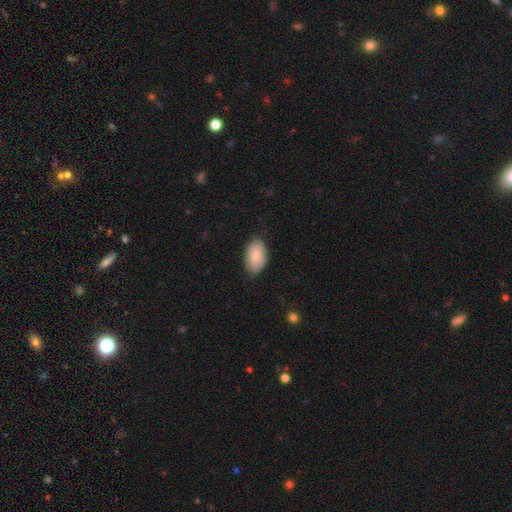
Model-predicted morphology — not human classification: Smooth or featured? smooth (81%)
How rounded? in between (93%)
Merging? none (80%)